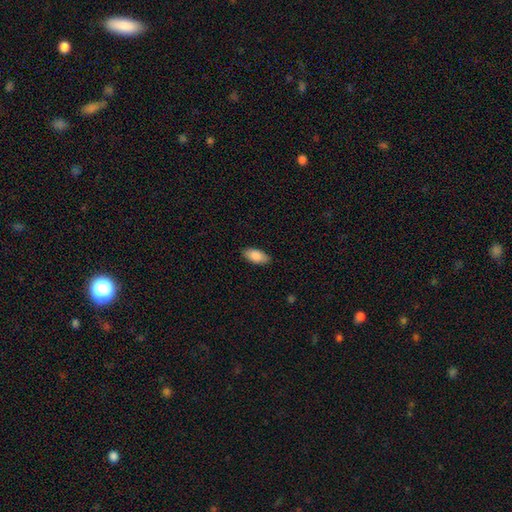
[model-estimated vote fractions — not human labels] A smooth galaxy with no disk features (87%) that is in between round and cigar-shaped (91%). Merging: none (86%).